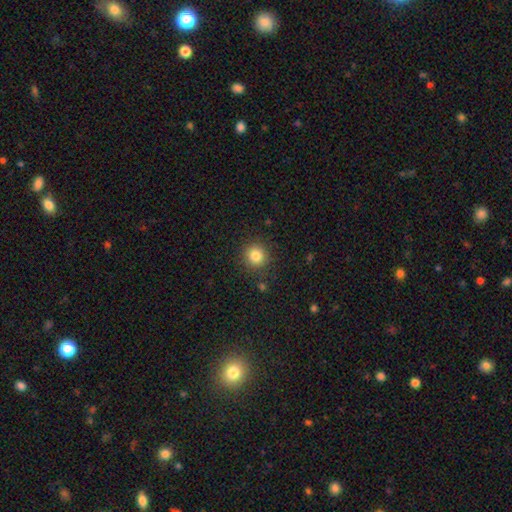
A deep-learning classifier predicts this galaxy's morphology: This appears to be a smooth galaxy with no disk features (82%) that is round (92%). Merging: none (88%).